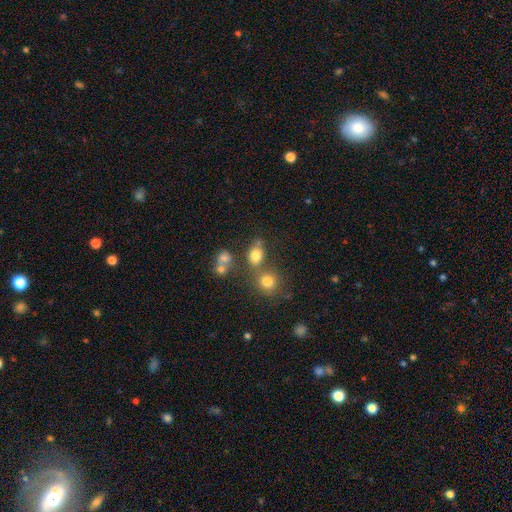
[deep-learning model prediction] A smooth galaxy with no disk features (76%) that is in between round and cigar-shaped (51%). Merging: none (55%).